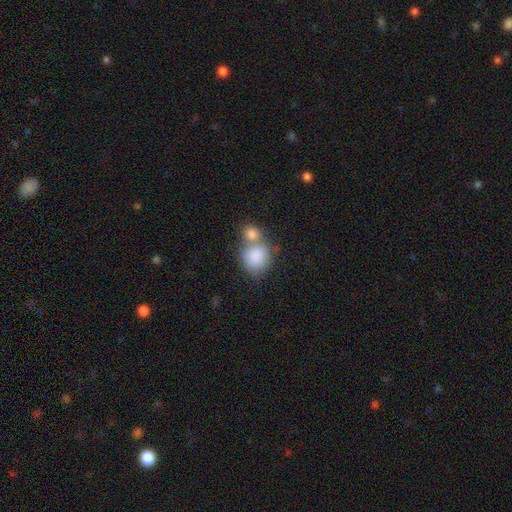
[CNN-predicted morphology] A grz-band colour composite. It shows a smooth galaxy with no disk features (84%) that is round (68%). Merging: merger (52%).